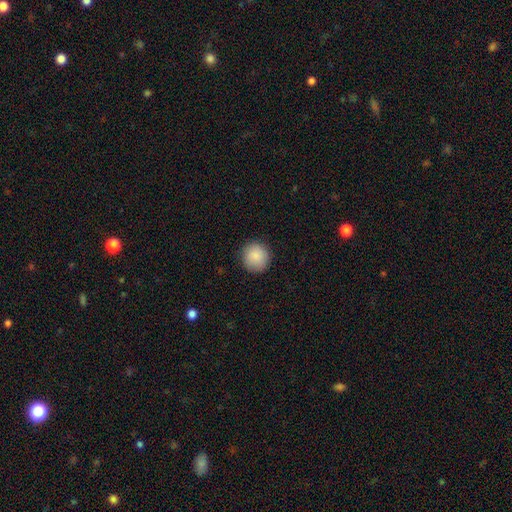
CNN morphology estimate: Smooth or featured?
  - smooth: 88% *
  - star or artifact: 7%
  - featured or disk: 4%
How rounded?
  - round: 94% *
  - in between: 5%
  - cigar-shaped: 1%
Merging?
  - none: 90% *
  - minor disturbance: 7%
  - major disturbance: 2%
  - merger: 1%